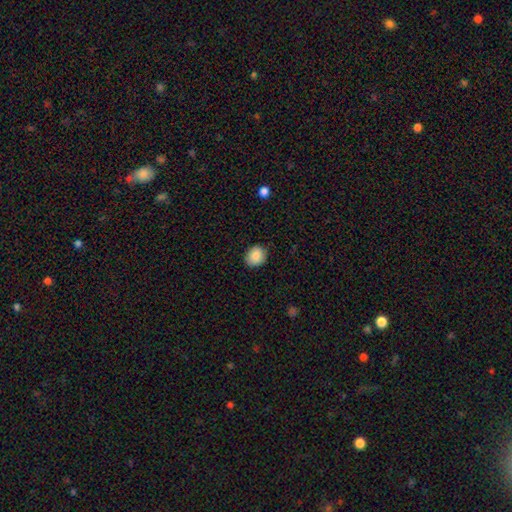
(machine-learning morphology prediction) Smooth or featured?
  - smooth: 88% *
  - star or artifact: 8%
  - featured or disk: 4%
How rounded?
  - round: 62% *
  - in between: 37%
  - cigar-shaped: 1%
Merging?
  - none: 85% *
  - minor disturbance: 12%
  - major disturbance: 2%
  - merger: 1%